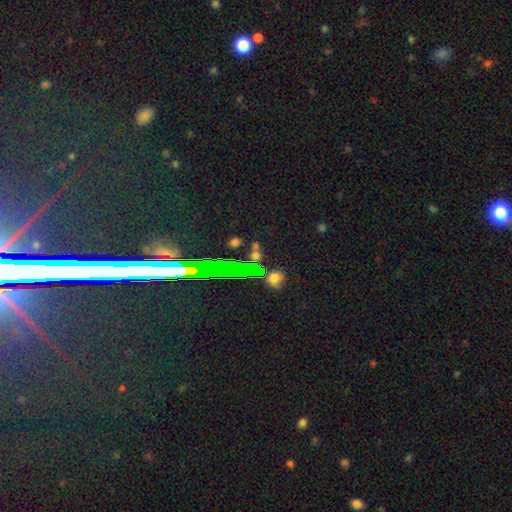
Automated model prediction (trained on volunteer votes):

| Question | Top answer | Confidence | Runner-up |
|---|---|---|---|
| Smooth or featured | star or artifact | 45% | smooth (43%) |